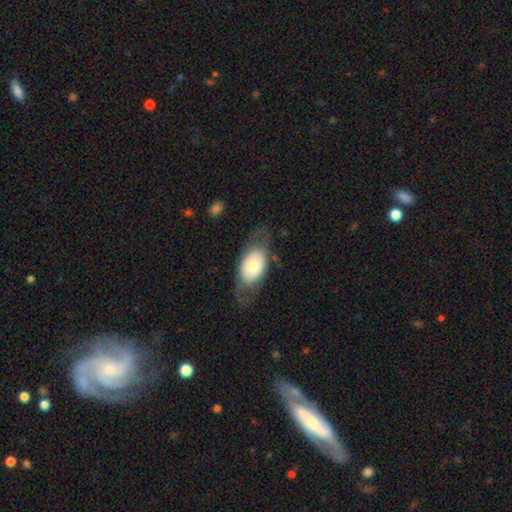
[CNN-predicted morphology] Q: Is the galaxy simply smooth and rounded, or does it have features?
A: smooth — 54%.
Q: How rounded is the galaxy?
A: in between — 83%.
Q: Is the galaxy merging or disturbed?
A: none — 68%.